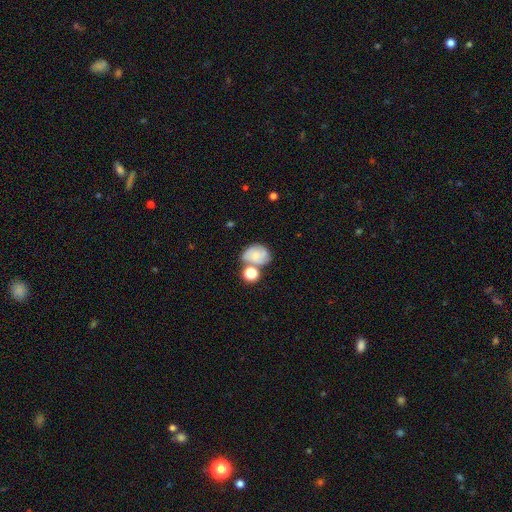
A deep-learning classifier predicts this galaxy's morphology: Smooth or featured? smooth (54%)
How rounded? in between (54%)
Merging? none (46%)